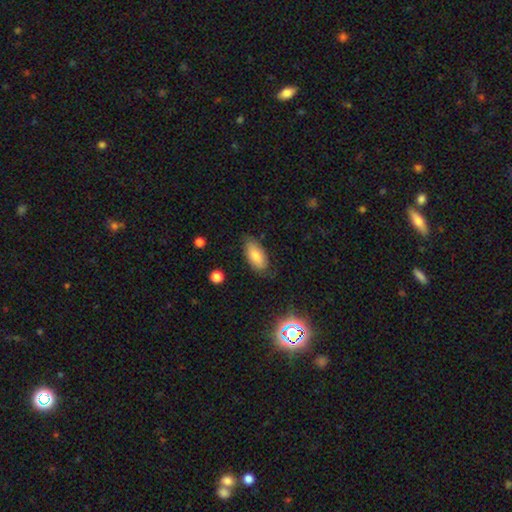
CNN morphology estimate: Smooth or featured? Predicted: smooth (p=0.77). How rounded? Predicted: in between (p=0.91). Merging? Predicted: none (p=0.75).